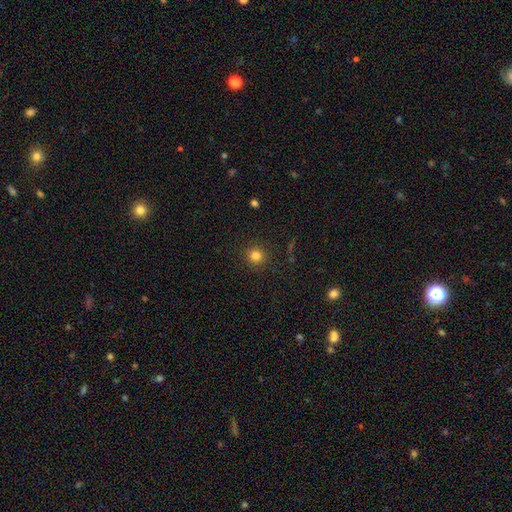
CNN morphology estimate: Smooth or featured?
  - smooth: 83% *
  - star or artifact: 12%
  - featured or disk: 5%
How rounded?
  - round: 94% *
  - in between: 5%
  - cigar-shaped: 1%
Merging?
  - none: 90% *
  - minor disturbance: 6%
  - major disturbance: 3%
  - merger: 1%